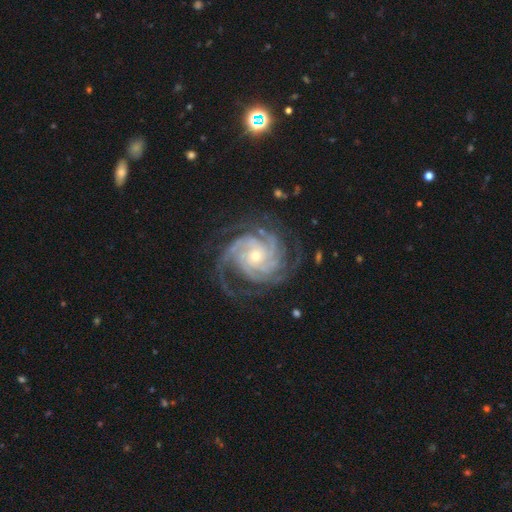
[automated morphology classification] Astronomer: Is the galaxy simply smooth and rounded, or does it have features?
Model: featured or disk — 93%.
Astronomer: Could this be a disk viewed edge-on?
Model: no — 98%.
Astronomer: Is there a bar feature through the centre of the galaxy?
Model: no — 73%.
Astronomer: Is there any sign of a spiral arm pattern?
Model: yes — 99%.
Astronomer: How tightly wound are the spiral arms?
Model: tight — 70%.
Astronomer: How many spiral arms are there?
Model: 4 — 36% (runner-up: 3, 21%).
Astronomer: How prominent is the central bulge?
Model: small — 68%.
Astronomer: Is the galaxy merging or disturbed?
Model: none — 75%.